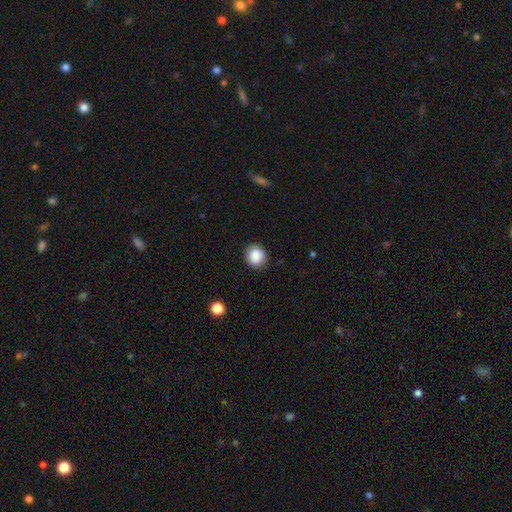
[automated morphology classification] This appears to be a smooth galaxy with no disk features (87%) that is round (81%). Merging: none (85%).